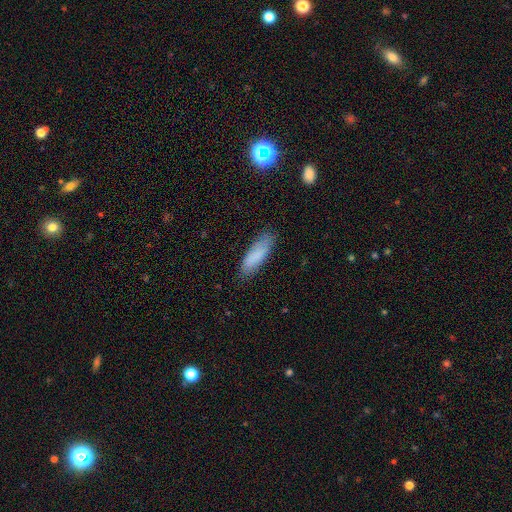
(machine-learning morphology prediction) A smooth galaxy with no disk features (82%) that is cigar-shaped (51%).

Vote fractions:
- Smooth or featured? smooth: 82% / featured or disk: 11% / star or artifact: 7%
- How rounded? cigar-shaped: 51% / in between: 48% / round: 1%
- Merging? none: 79% / minor disturbance: 16% / major disturbance: 3% / merger: 1%